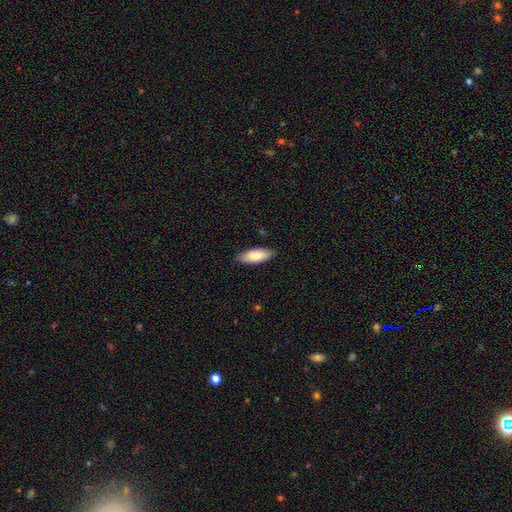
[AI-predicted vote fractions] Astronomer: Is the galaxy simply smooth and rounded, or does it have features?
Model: smooth — 85%.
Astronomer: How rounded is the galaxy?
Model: in between — 74%.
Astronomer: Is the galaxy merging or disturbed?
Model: none — 86%.